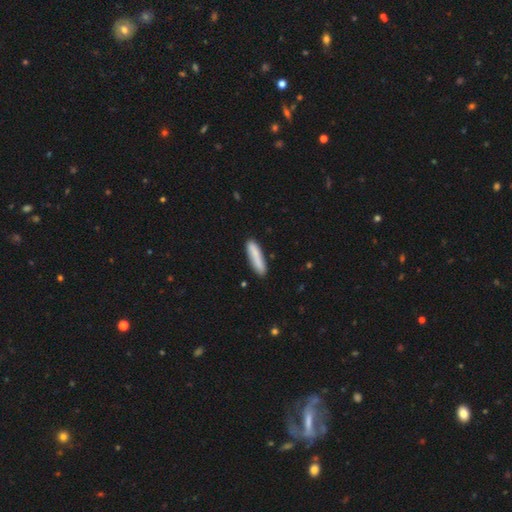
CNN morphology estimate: Smooth or featured? smooth (82%)
How rounded? cigar-shaped (83%)
Merging? none (85%)